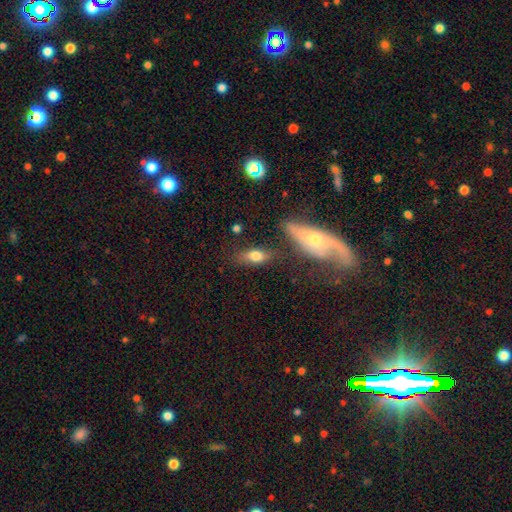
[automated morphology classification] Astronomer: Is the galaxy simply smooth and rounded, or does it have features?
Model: smooth — 67%.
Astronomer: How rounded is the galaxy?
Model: in between — 73%.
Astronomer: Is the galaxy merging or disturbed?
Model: none — 70%.